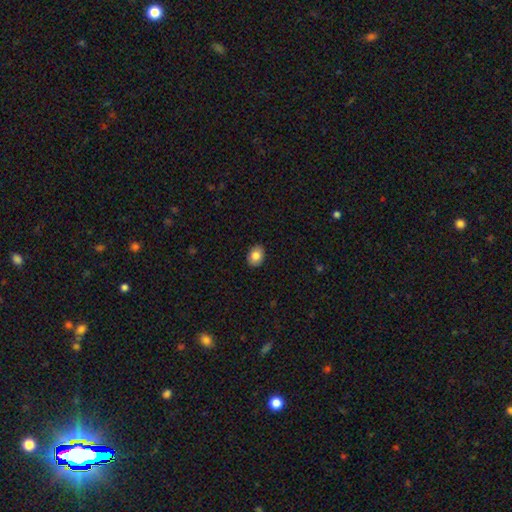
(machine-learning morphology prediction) Smooth or featured? smooth (84%)
How rounded? in between (68%)
Merging? none (89%)